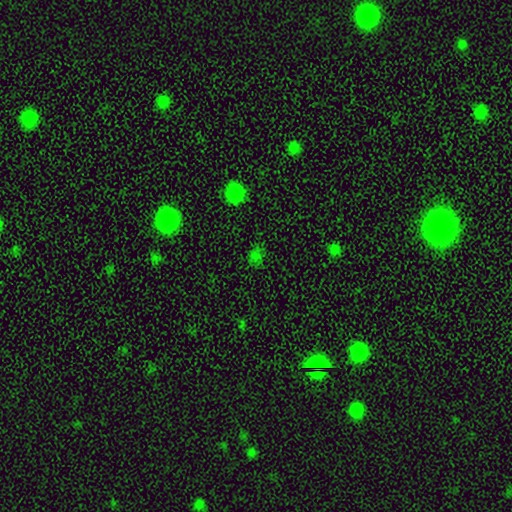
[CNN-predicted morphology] A smooth galaxy with no disk features (47%).

Vote fractions:
- Smooth or featured? smooth: 47% / star or artifact: 46% / featured or disk: 7%
- Merging? none: 79% / minor disturbance: 12% / major disturbance: 5% / merger: 4%